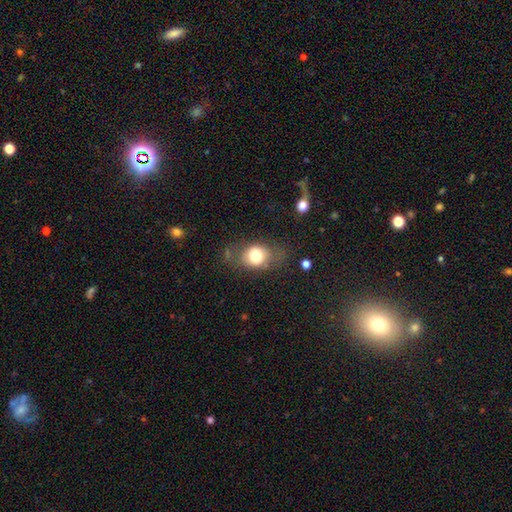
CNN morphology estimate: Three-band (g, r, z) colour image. It shows a smooth galaxy with no disk features (71%) that is in between round and cigar-shaped (55%). Merging: none (60%).